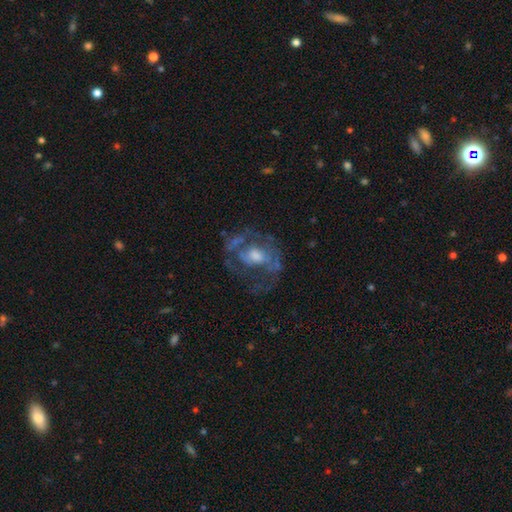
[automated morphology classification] A featured or disk galaxy (73%) with no bar (65%), no spiral arms (50%, tied with yes) and a moderate central bulge (56%). Merging: none (54%).